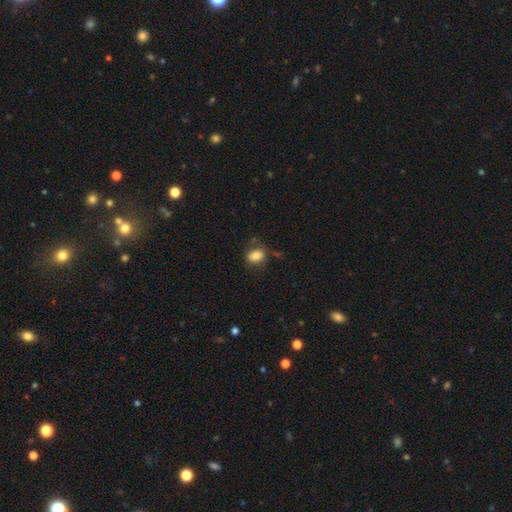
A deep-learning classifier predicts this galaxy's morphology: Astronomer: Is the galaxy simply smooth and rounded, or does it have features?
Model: smooth — 81%.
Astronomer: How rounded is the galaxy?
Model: in between — 72%.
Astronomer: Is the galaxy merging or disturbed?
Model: none — 66%.